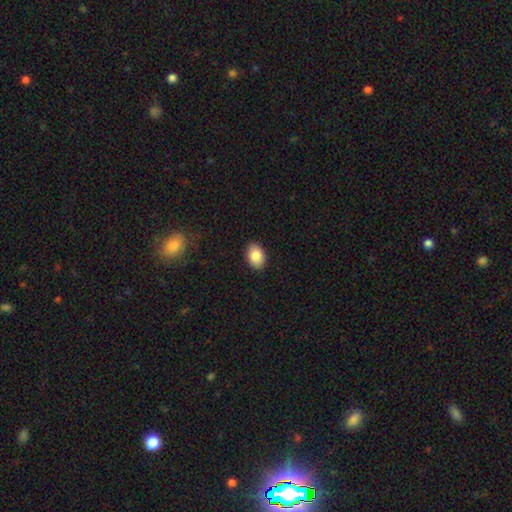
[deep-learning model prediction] Morphology: type=smooth (86%); roundness=in between (82%); merging=none (89%).